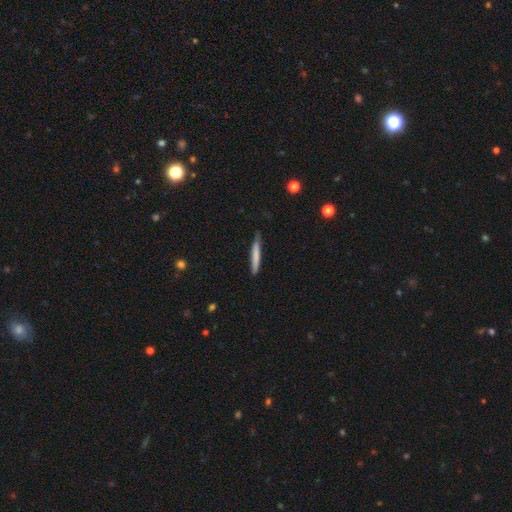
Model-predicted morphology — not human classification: Smooth or featured: smooth — 73% (featured or disk — 21%)
How rounded: cigar-shaped — 95% (in between — 4%)
Merging: none — 75% (minor disturbance — 20%)